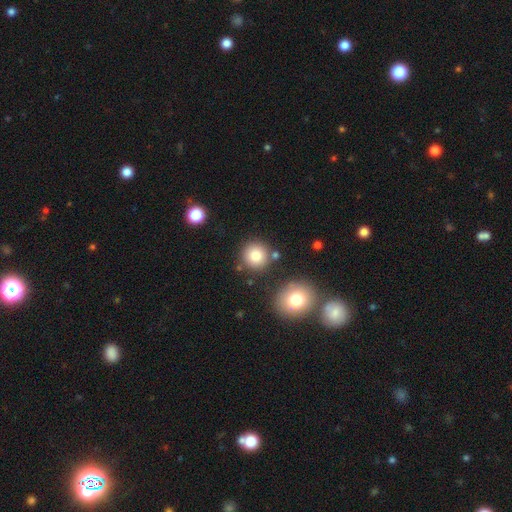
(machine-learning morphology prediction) smooth 84%, star or artifact 10%, featured or disk 6%. Down the decision tree: how rounded — round (93%); merging — none (80%).